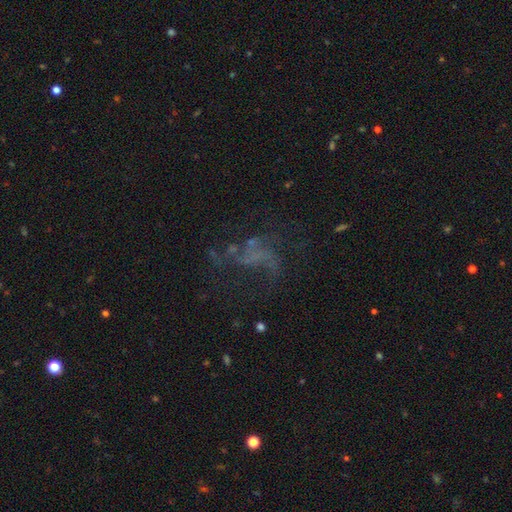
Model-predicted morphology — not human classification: Smooth or featured: featured or disk — 56% (star or artifact — 28%)
Edge-on disk: no — 97% (yes — 3%)
Bar: no — 77% (weak — 17%)
Spiral arms: no — 57% (yes — 43%)
Bulge size: none — 80% (small — 12%)
Merging: none — 46% (major disturbance — 36%)